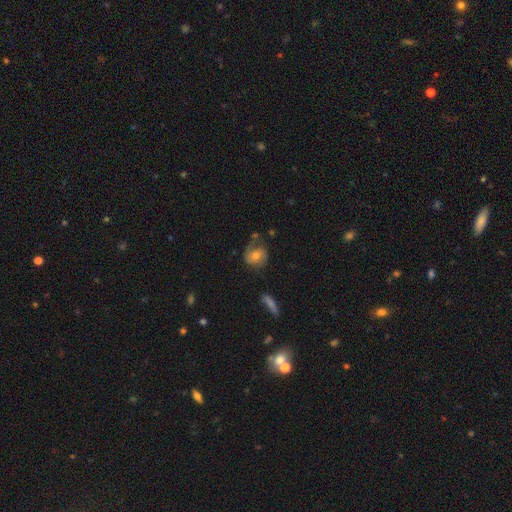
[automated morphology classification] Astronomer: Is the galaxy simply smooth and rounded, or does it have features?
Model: featured or disk — 53% (runner-up: smooth, 38%).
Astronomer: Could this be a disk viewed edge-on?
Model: no — 96%.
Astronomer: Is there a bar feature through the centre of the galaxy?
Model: no — 64%.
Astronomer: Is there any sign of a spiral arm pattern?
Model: yes — 81%.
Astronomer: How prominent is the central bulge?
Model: moderate — 62%.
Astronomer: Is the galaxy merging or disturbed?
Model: none — 57%.